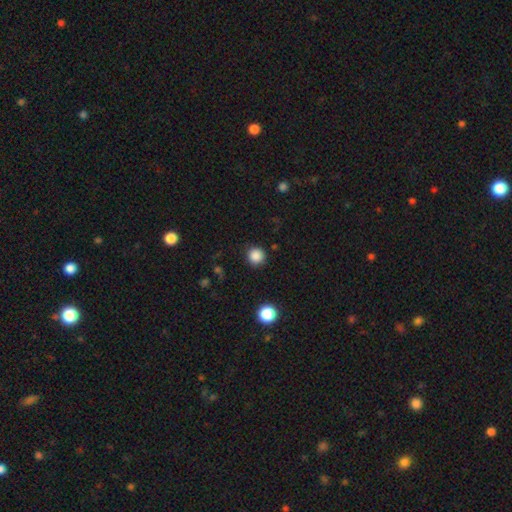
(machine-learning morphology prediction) Smooth or featured?
  - smooth: 86% *
  - star or artifact: 11%
  - featured or disk: 3%
How rounded?
  - round: 95% *
  - in between: 4%
  - cigar-shaped: 1%
Merging?
  - none: 90% *
  - minor disturbance: 7%
  - major disturbance: 3%
  - merger: 1%